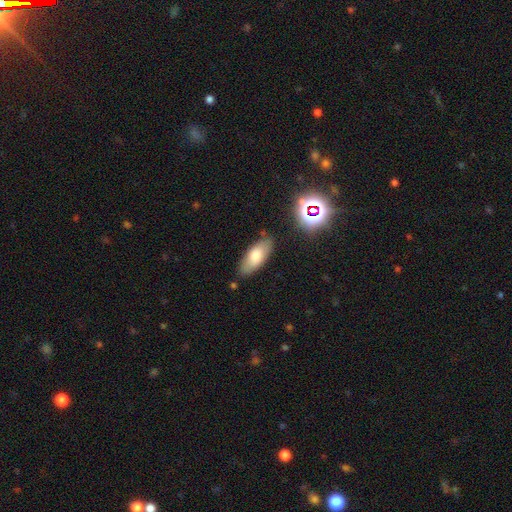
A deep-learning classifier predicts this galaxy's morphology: The model was most divided on "smooth or featured": smooth: 73%, featured or disk: 18%, star or artifact: 9%. More confident: merging — none (82%); how rounded — in between (81%).